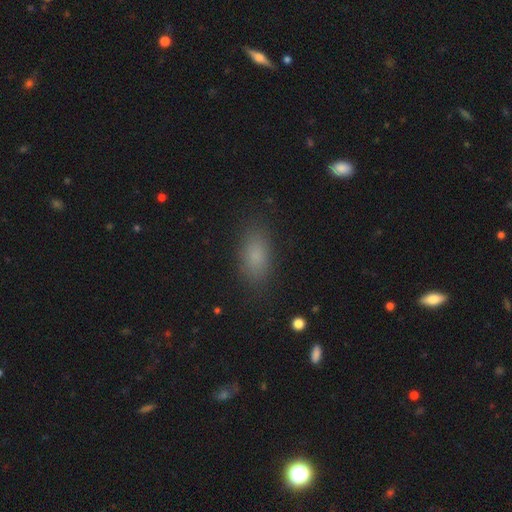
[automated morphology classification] Smooth or featured? Predicted: smooth (p=0.82). How rounded? Predicted: in between (p=0.85). Merging? Predicted: none (p=0.84).